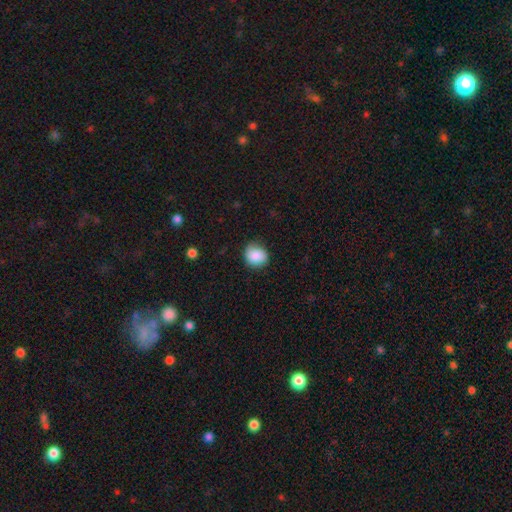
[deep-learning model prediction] Smooth or featured?
  - smooth: 84% *
  - star or artifact: 8%
  - featured or disk: 8%
How rounded?
  - round: 76% *
  - in between: 23%
  - cigar-shaped: 1%
Merging?
  - none: 75% *
  - minor disturbance: 19%
  - major disturbance: 4%
  - merger: 1%